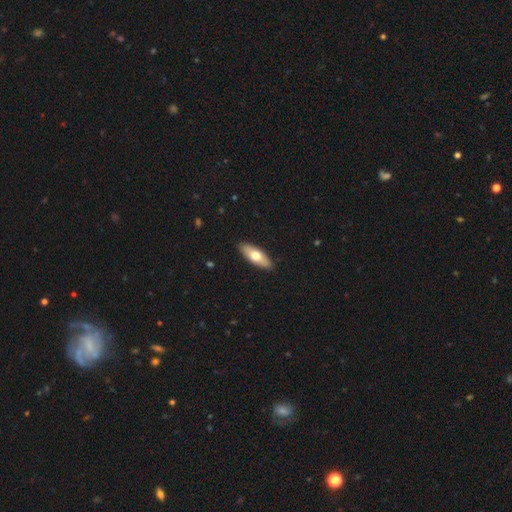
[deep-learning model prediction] Morphology: type=smooth (65%); roundness=in between (69%); merging=none (90%).